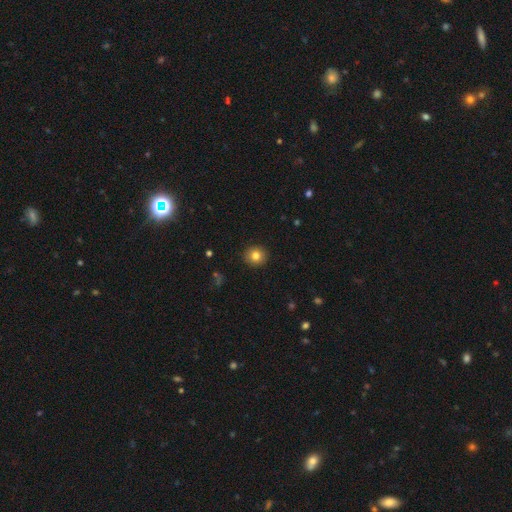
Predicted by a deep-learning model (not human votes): A smooth galaxy with no disk features (81%) that is round (90%).

Vote fractions:
- Smooth or featured? smooth: 81% / star or artifact: 10% / featured or disk: 9%
- How rounded? round: 90% / in between: 9% / cigar-shaped: 1%
- Merging? none: 92% / minor disturbance: 6% / major disturbance: 2% / merger: 1%